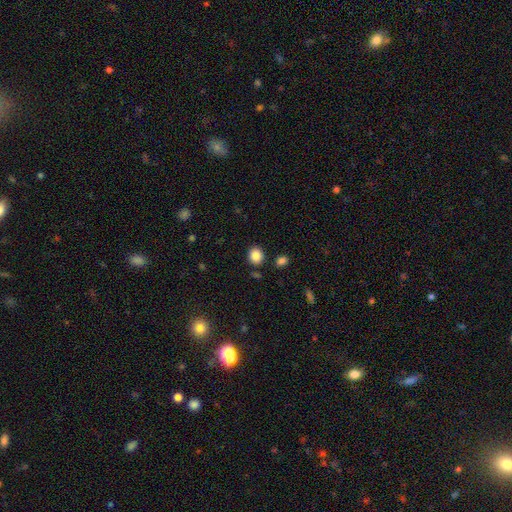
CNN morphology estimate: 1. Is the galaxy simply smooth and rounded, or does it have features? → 86% smooth, 9% star or artifact, 5% featured or disk.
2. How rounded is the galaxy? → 74% round, 25% in between, 1% cigar-shaped.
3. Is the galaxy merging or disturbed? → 86% none, 8% minor disturbance, 4% merger, 2% major disturbance.